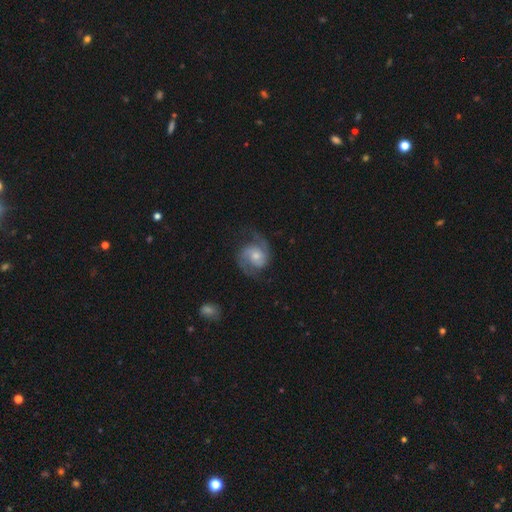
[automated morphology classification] A featured or disk galaxy (84%) with no bar (63%), 2 (90%) medium (54%) spiral arms (96%) and a moderate central bulge (53%).

Vote fractions:
- Smooth or featured? featured or disk: 84% / smooth: 11% / star or artifact: 6%
- Edge-on disk? no: 98% / yes: 2%
- Bar? no: 63% / weak: 31% / strong: 6%
- Spiral arms? yes: 96% / no: 4%
- Spiral winding? medium: 54% / tight: 26% / loose: 21%
- Spiral arm count? 2: 90% / can't tell: 4% / 1: 2% / 3: 2% / 4: 1% / more than 4: 1%
- Bulge size? moderate: 53% / small: 35% / large: 7% / none: 4% / dominant: 1%
- Merging? none: 72% / minor disturbance: 17% / major disturbance: 10% / merger: 2%